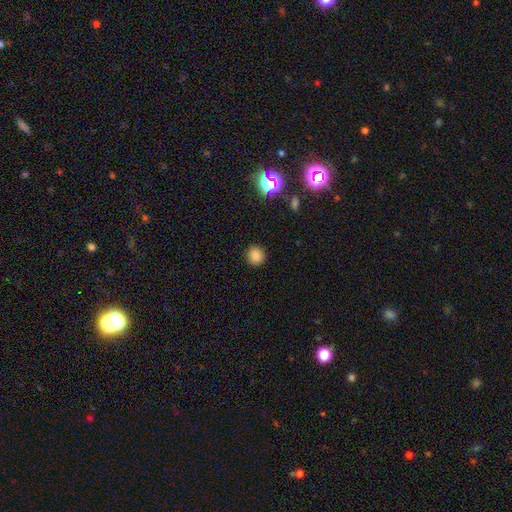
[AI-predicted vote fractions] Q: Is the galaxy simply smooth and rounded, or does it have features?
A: smooth — 83%.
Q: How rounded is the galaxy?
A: round — 86%.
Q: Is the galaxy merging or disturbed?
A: none — 90%.